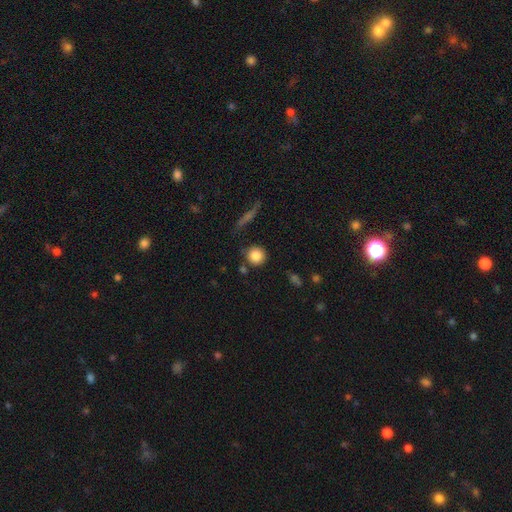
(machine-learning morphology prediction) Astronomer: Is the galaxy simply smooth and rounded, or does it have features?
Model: smooth — 85%.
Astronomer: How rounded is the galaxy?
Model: round — 93%.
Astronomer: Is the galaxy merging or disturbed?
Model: none — 80%.